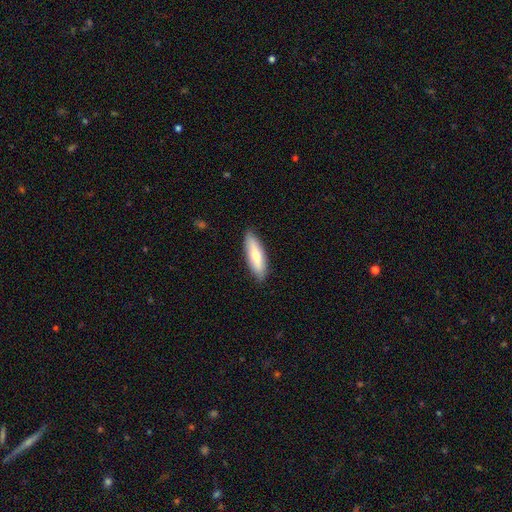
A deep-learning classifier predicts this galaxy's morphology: Overall: smooth (62%; featured or disk 33%). How rounded: cigar-shaped (50%; in between 48%). Merging: none (87%).